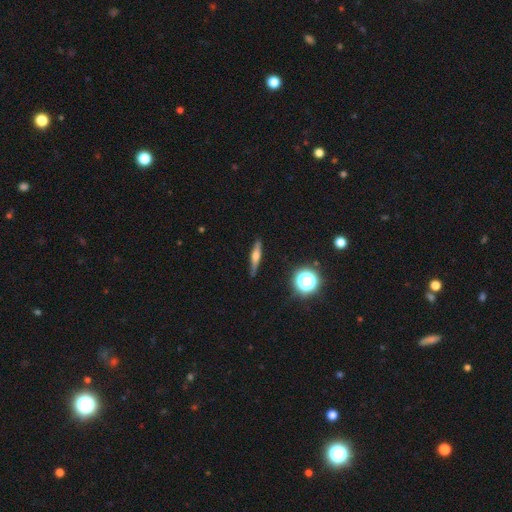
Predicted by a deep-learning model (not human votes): Overall: featured or disk (52%; smooth 38%). Edge-on disk: yes (94%). Merging: none (86%).